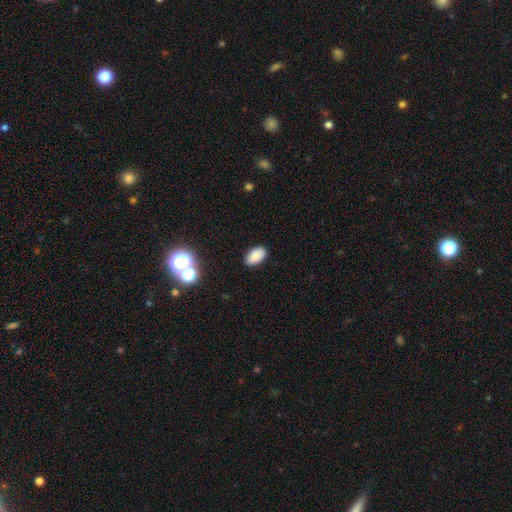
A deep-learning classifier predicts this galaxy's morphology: A smooth galaxy with no disk features (86%) that is in between round and cigar-shaped (93%).

Vote fractions:
- Smooth or featured? smooth: 86% / star or artifact: 10% / featured or disk: 4%
- How rounded? in between: 93% / round: 6% / cigar-shaped: 2%
- Merging? none: 87% / minor disturbance: 10% / major disturbance: 2% / merger: 1%